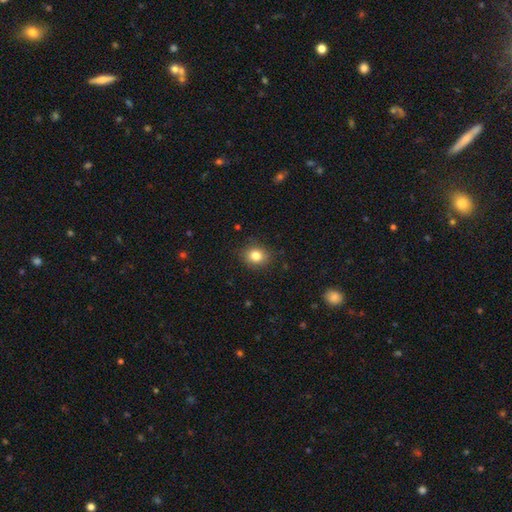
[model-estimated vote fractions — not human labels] Smooth or featured? Predicted: smooth (p=0.82). How rounded? Predicted: round (p=0.68). Merging? Predicted: none (p=0.86).